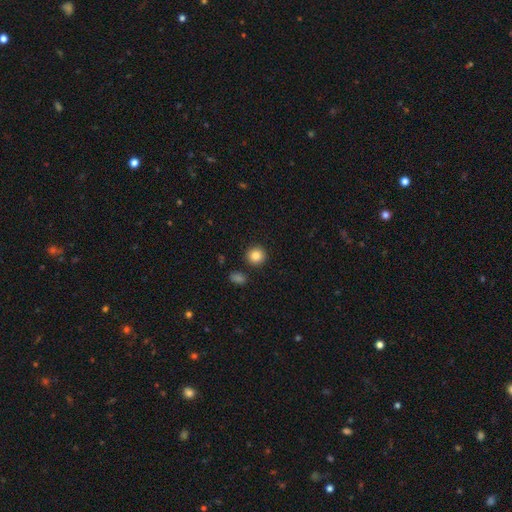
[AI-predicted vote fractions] Smooth or featured? Predicted: smooth (p=0.85). How rounded? Predicted: round (p=0.92). Merging? Predicted: none (p=0.89).